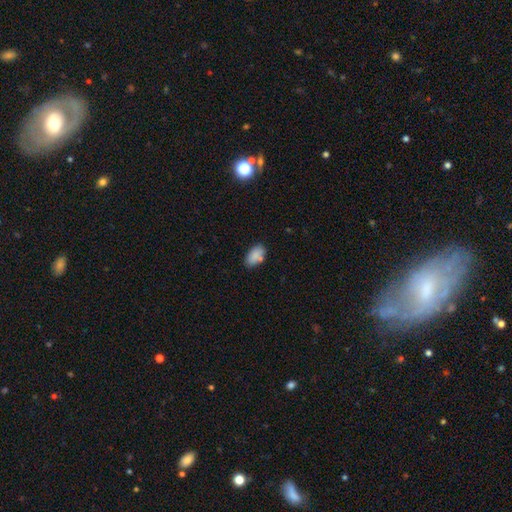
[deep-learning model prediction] Overall: smooth (84%). How rounded: in between (92%). Merging: none (72%).